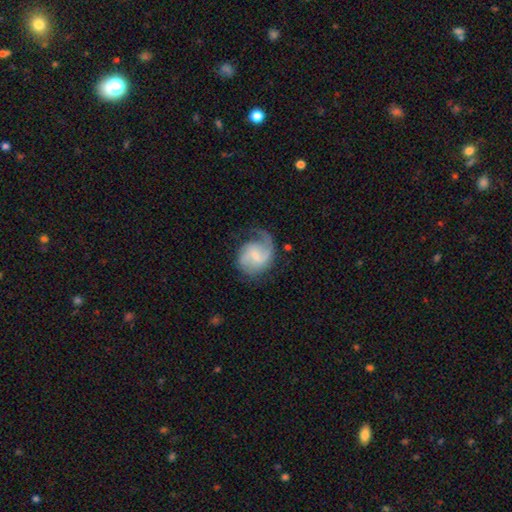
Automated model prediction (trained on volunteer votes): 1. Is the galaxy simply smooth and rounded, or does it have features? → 76% featured or disk, 18% smooth, 6% star or artifact.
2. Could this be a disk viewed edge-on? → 98% no, 2% yes.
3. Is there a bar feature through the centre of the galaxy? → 59% weak, 27% no, 15% strong.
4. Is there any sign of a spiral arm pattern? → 94% yes, 6% no.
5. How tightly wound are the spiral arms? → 45% medium, 38% loose, 17% tight.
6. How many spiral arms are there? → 56% 2, 30% 1, 7% can't tell, 3% 3, 1% 4, 1% more than 4.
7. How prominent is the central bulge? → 50% small, 26% moderate, 19% none, 3% large, 1% dominant.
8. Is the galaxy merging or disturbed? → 51% none, 24% minor disturbance, 23% major disturbance, 2% merger.